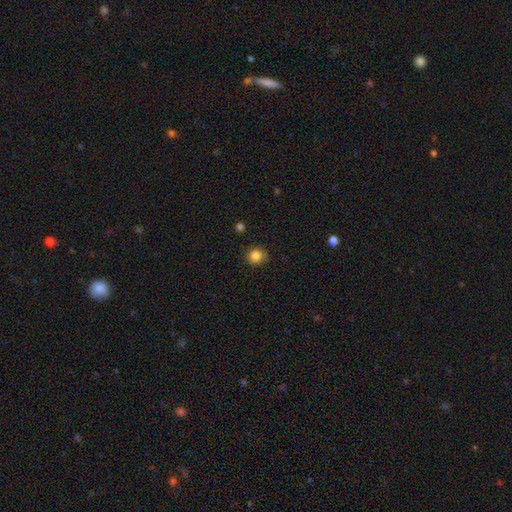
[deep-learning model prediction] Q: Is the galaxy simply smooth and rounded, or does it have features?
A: smooth — 85%.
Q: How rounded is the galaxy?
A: round — 87%.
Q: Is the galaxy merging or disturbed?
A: none — 85%.